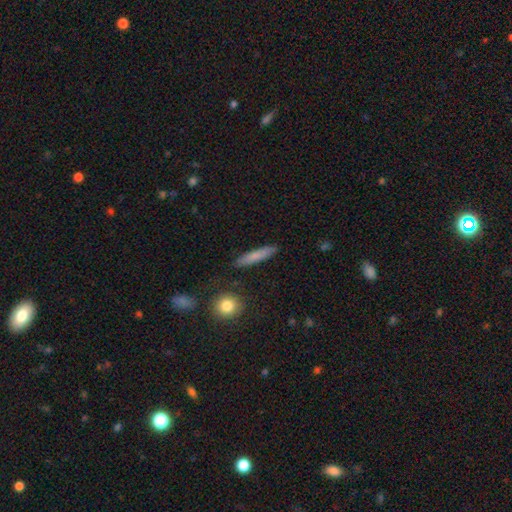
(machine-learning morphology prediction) smooth_or_featured: smooth (p=0.75) [alt: featured or disk p=0.18]
how_rounded: cigar-shaped (p=0.88) [alt: in between p=0.10]
merging: none (p=0.87) [alt: minor disturbance p=0.08]